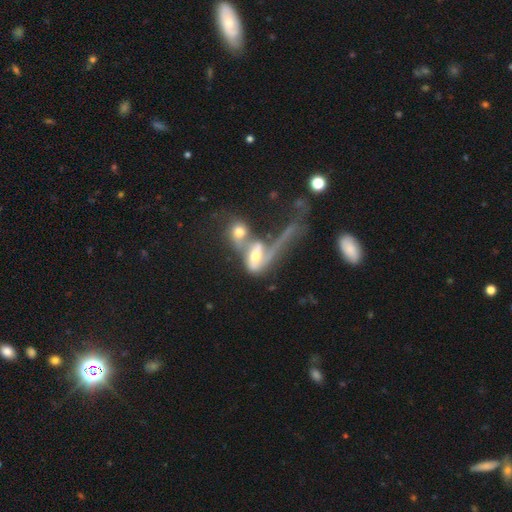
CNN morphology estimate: This appears to be a featured or disk galaxy (52%). Merging: merger (67%).